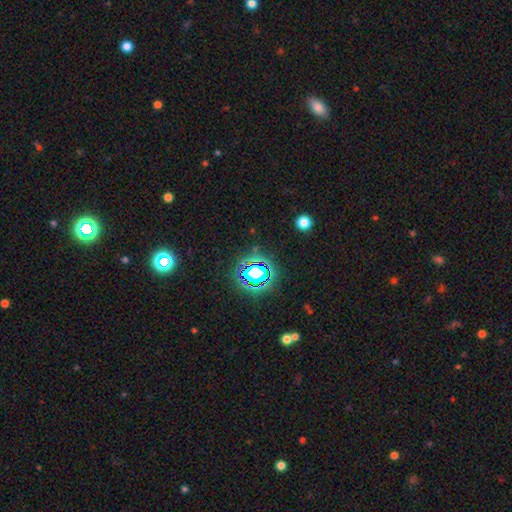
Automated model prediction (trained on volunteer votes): Smooth or featured? star or artifact (79%)